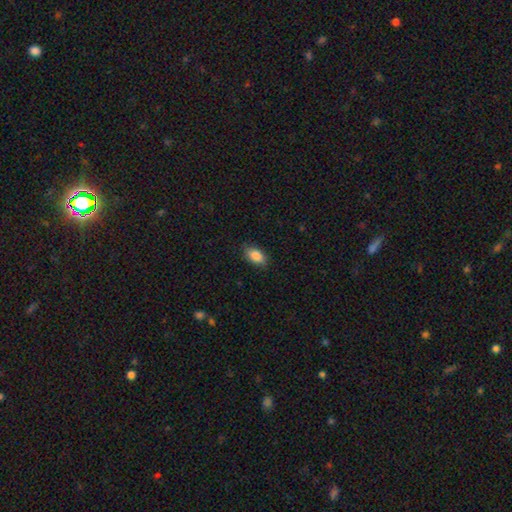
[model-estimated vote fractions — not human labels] Morphology: type=smooth (86%); roundness=in between (91%); merging=none (86%).